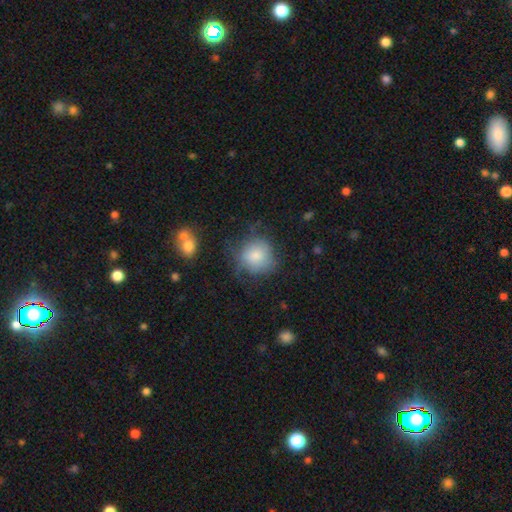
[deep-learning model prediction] Q: Smooth or featured?
A: smooth (74%); runner-up: featured or disk (18%)
Q: How rounded?
A: round (86%); runner-up: in between (13%)
Q: Merging?
A: none (52%); runner-up: minor disturbance (27%)